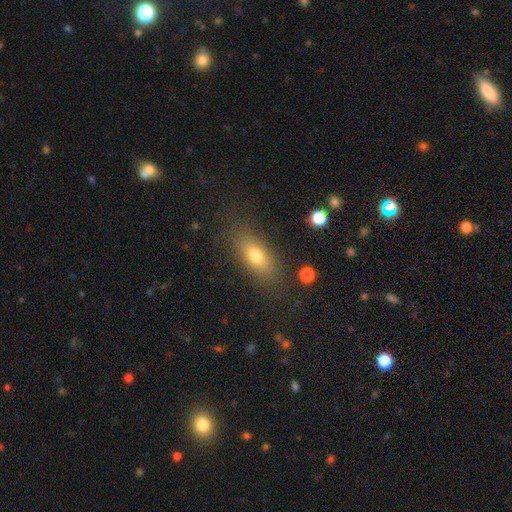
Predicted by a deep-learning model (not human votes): Smooth or featured? Predicted: smooth (p=0.74). How rounded? Predicted: in between (p=0.75). Merging? Predicted: none (p=0.81).